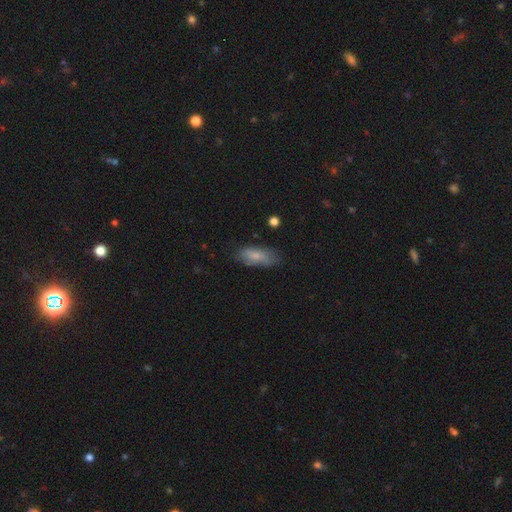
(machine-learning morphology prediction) Smooth or featured? smooth (72%)
How rounded? in between (82%)
Merging? none (64%)